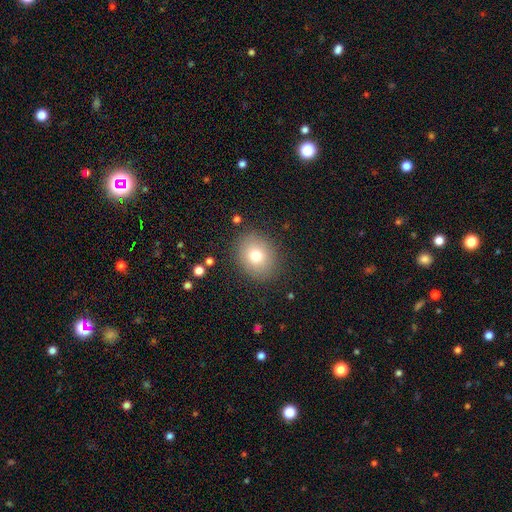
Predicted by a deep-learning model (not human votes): Smooth or featured? smooth (76%)
How rounded? round (64%)
Merging? none (86%)